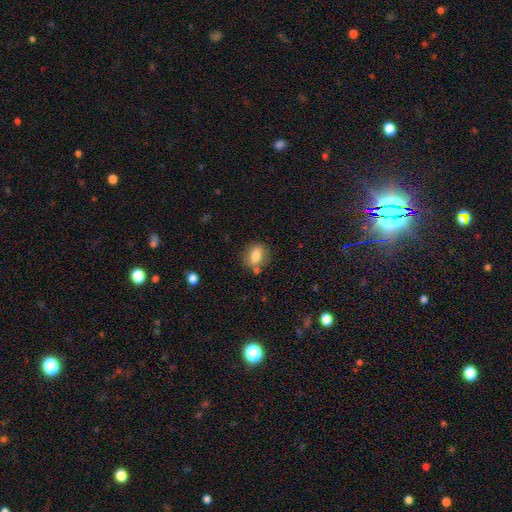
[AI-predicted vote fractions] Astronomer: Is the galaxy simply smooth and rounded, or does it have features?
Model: smooth — 78%.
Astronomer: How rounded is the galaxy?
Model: in between — 59% (runner-up: round, 39%).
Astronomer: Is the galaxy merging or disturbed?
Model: none — 74%.